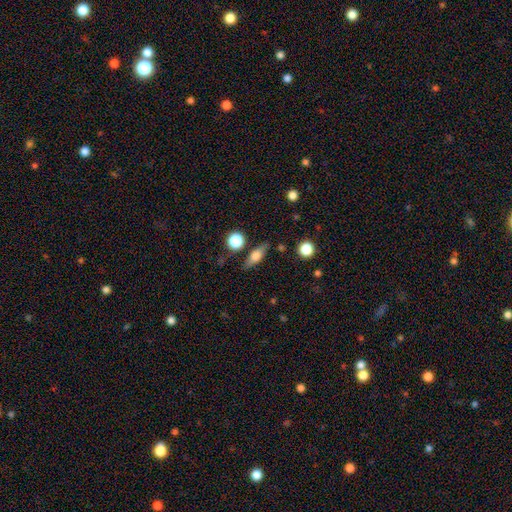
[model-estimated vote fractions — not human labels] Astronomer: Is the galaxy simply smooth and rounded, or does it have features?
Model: smooth — 58% (runner-up: featured or disk, 34%).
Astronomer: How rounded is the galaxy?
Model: in between — 53% (runner-up: cigar-shaped, 39%).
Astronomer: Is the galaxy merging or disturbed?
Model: none — 78%.